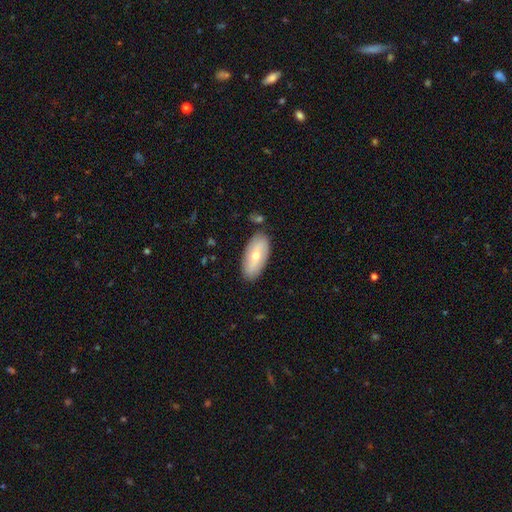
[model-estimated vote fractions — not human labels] Smooth or featured?
  - smooth: 58% *
  - featured or disk: 36%
  - star or artifact: 6%
How rounded?
  - in between: 88% *
  - cigar-shaped: 9%
  - round: 2%
Merging?
  - none: 84% *
  - minor disturbance: 11%
  - merger: 3%
  - major disturbance: 2%